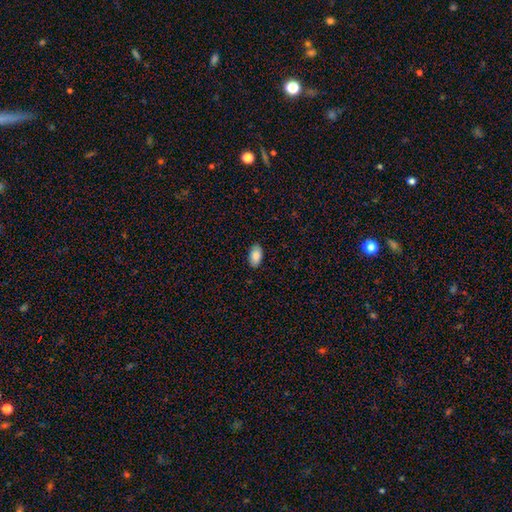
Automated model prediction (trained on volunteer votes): Smooth or featured?
  - smooth: 87% *
  - star or artifact: 7%
  - featured or disk: 6%
How rounded?
  - in between: 95% *
  - round: 3%
  - cigar-shaped: 2%
Merging?
  - none: 88% *
  - minor disturbance: 9%
  - major disturbance: 2%
  - merger: 1%